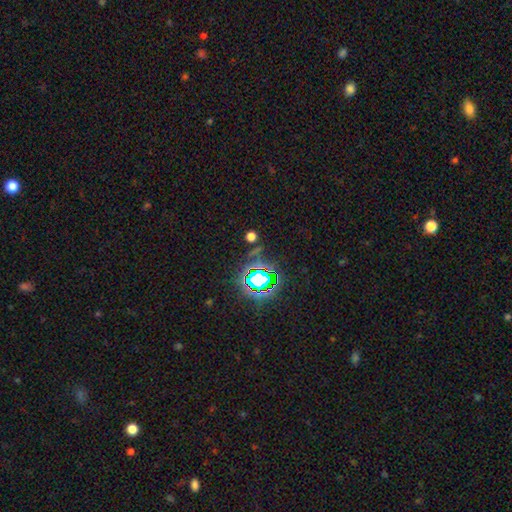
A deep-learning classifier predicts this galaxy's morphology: A star or artifact, not a galaxy (77%).

Vote fractions:
- Smooth or featured? star or artifact: 77% / smooth: 14% / featured or disk: 9%